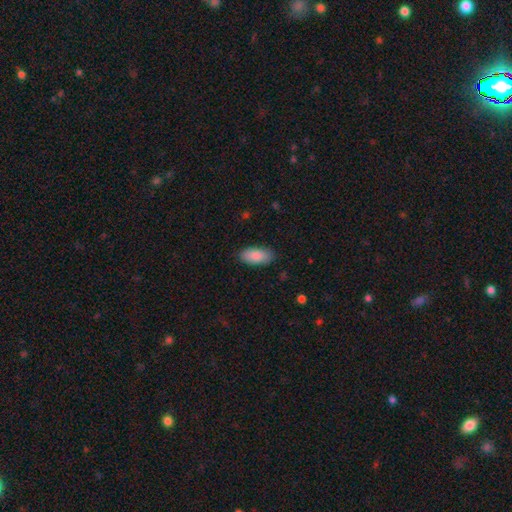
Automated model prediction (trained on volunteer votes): Smooth or featured: smooth — 88% (star or artifact — 6%)
How rounded: in between — 92% (cigar-shaped — 6%)
Merging: none — 85% (minor disturbance — 12%)